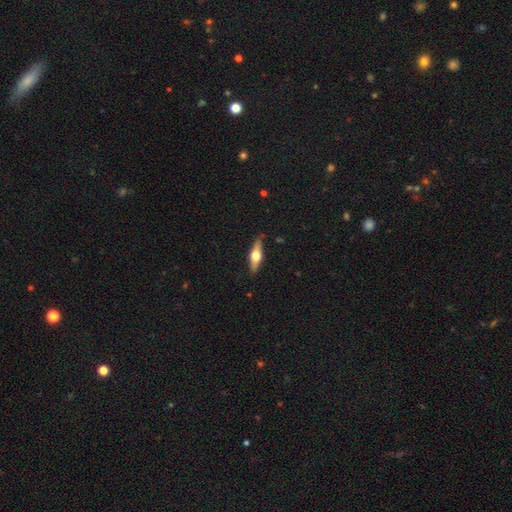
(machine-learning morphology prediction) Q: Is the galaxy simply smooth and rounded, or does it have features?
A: featured or disk — 59%.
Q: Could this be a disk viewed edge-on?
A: yes — 93%.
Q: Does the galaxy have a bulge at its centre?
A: rounded — 95%.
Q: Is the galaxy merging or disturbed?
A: none — 87%.